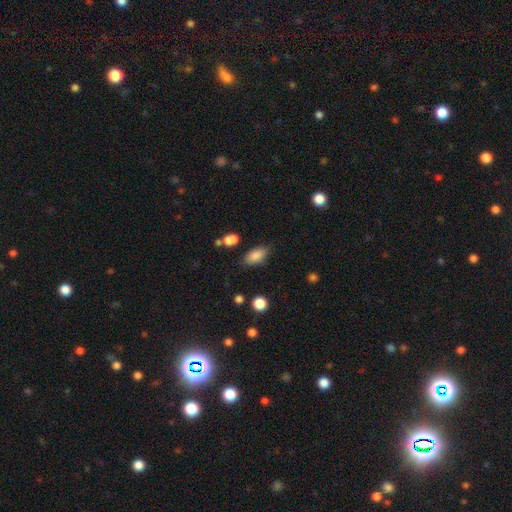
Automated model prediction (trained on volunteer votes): This is clearly a smooth galaxy (85%). How rounded: clearly in between (89%). Merging: likely none (76%).